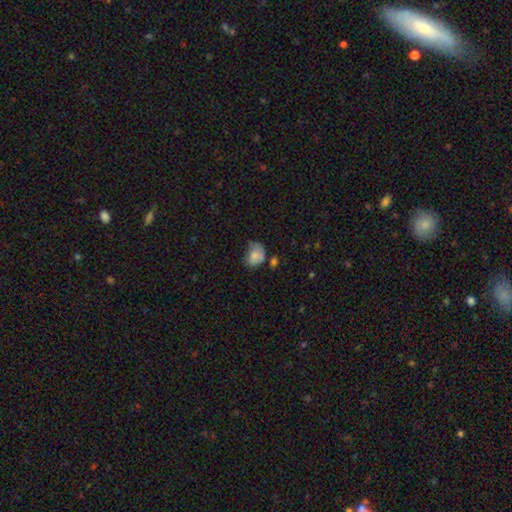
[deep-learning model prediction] A smooth galaxy with no disk features (73%) that is in between round and cigar-shaped (62%). Merging: minor disturbance (36%).